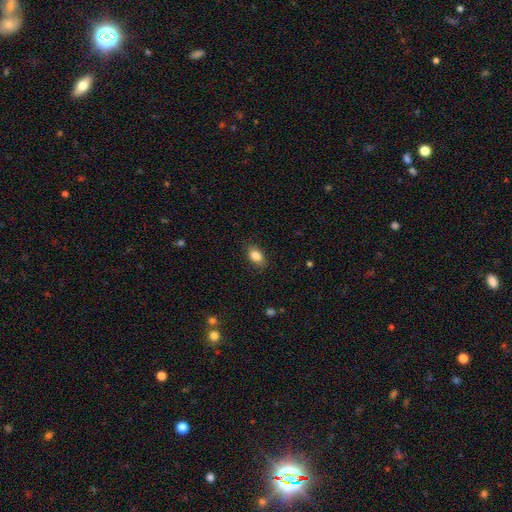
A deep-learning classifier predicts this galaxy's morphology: Overall: smooth (85%). How rounded: in between (86%). Merging: none (85%).